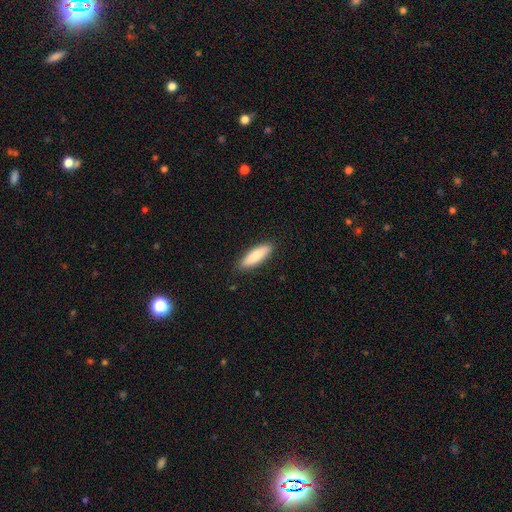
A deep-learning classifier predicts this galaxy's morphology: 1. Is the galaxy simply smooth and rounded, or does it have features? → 82% smooth, 13% featured or disk, 5% star or artifact.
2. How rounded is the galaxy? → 59% cigar-shaped, 40% in between, 2% round.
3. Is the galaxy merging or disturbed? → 89% none, 9% minor disturbance, 2% major disturbance, 1% merger.